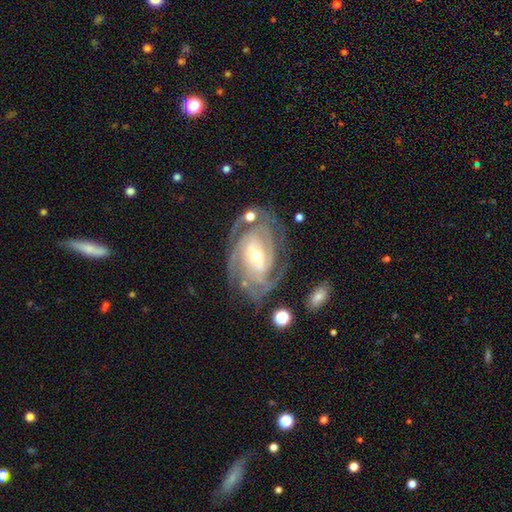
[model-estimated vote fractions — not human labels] Smooth or featured? featured or disk (90%)
Edge-on disk? no (96%)
Bar? weak (41%)
Spiral arms? yes (97%)
Spiral winding? tight (68%)
Spiral arm count? 2 (26%, tied with 3)
Bulge size? small (53%)
Merging? none (70%)